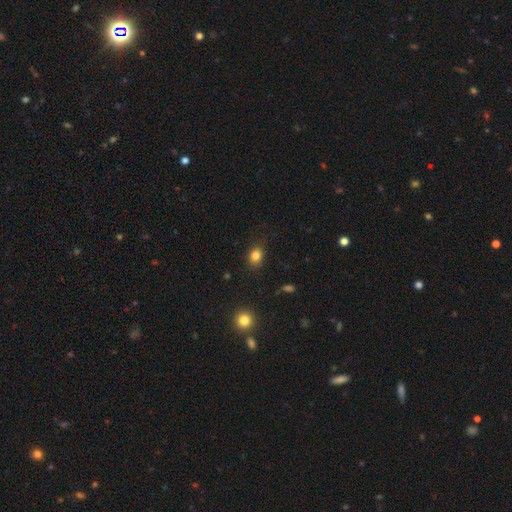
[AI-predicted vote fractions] Smooth or featured?
  - smooth: 82% *
  - star or artifact: 12%
  - featured or disk: 6%
How rounded?
  - round: 53% *
  - in between: 45%
  - cigar-shaped: 1%
Merging?
  - none: 82% *
  - minor disturbance: 13%
  - major disturbance: 3%
  - merger: 1%